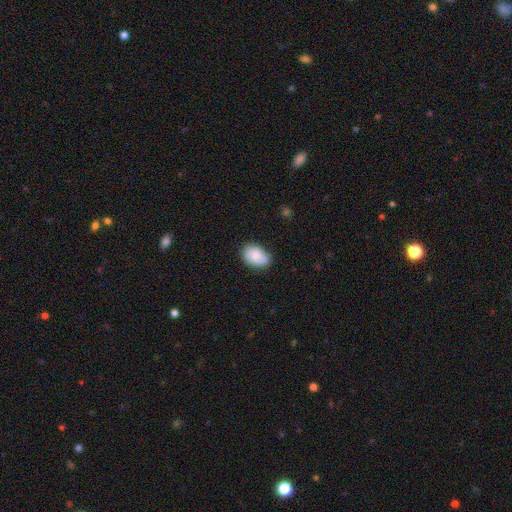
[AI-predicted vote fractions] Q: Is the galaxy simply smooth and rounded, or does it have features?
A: smooth — 78%.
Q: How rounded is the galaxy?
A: in between — 83%.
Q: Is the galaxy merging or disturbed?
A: none — 68%.